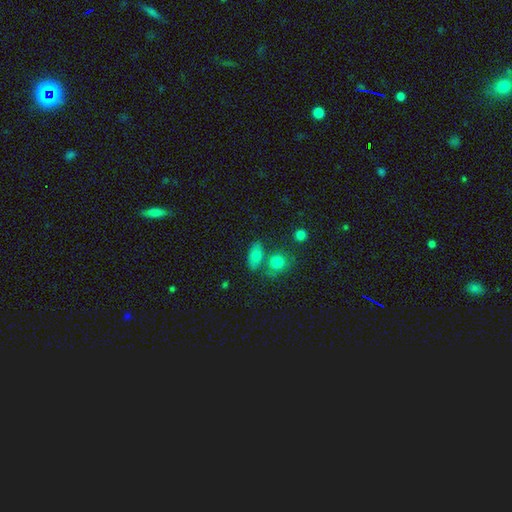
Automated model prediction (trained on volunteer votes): smooth 79%, star or artifact 11%, featured or disk 10%. Down the decision tree: how rounded — in between (78%); merging — none (57%).